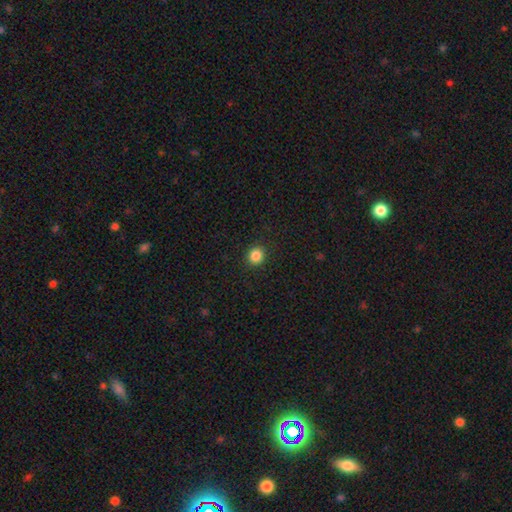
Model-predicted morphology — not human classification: smooth 86%, star or artifact 11%, featured or disk 3%. Down the decision tree: how rounded — round (85%); merging — none (91%).